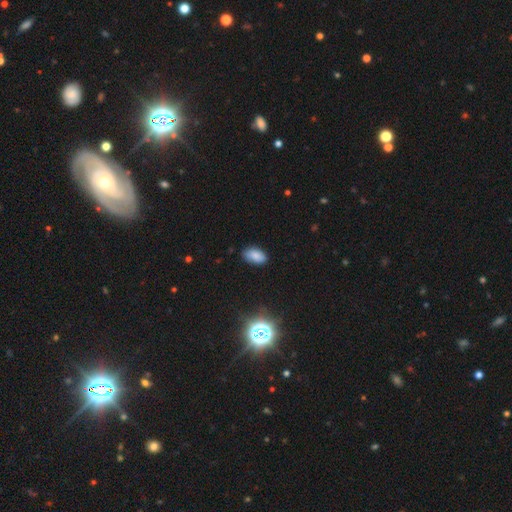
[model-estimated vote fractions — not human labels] The model was most divided on "merging": none: 82%, minor disturbance: 14%, major disturbance: 3%, merger: 1%. More confident: how rounded — in between (93%); smooth or featured — smooth (82%).